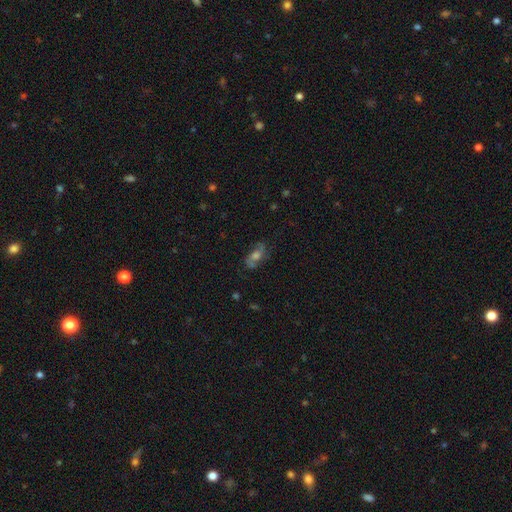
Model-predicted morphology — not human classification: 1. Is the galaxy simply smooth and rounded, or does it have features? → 61% featured or disk, 26% smooth, 13% star or artifact.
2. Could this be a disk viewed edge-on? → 87% no, 13% yes.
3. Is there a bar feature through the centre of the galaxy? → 63% no, 29% weak, 9% strong.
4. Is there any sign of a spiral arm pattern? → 83% yes, 17% no.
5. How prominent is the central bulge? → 54% moderate, 25% large, 14% small, 4% none, 3% dominant.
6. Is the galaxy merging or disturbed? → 75% none, 16% minor disturbance, 7% major disturbance, 2% merger.